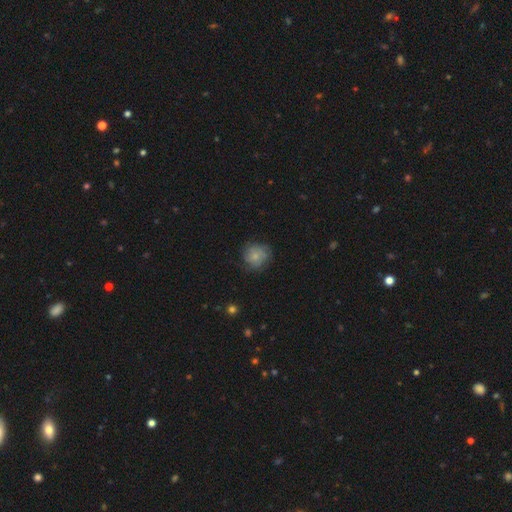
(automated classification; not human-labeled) This is likely a smooth galaxy (68%). How rounded: clearly round (87%). Merging: likely none (71%).